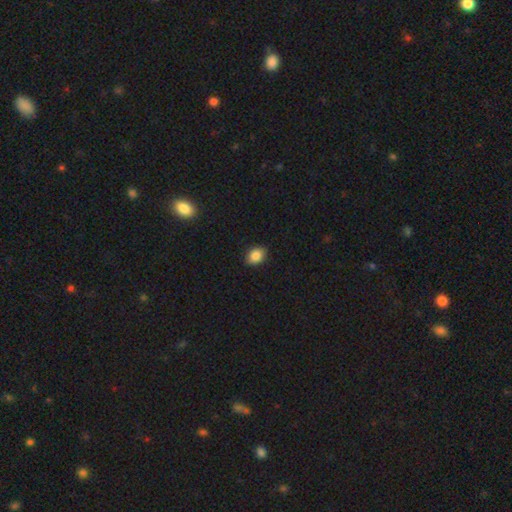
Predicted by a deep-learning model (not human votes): This is clearly a smooth galaxy (86%). How rounded: likely in between (64%). Merging: clearly none (88%).